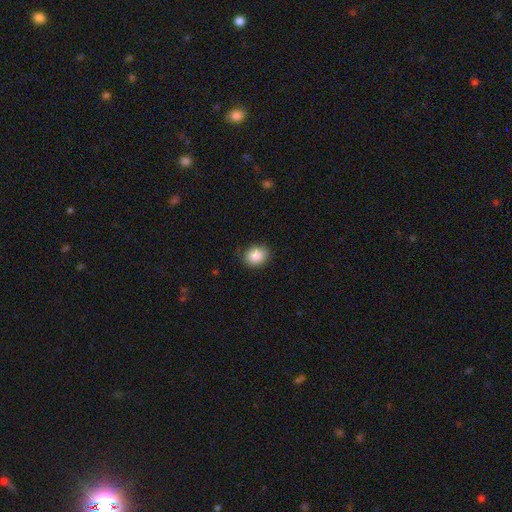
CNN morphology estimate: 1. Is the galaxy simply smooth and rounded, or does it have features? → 87% smooth, 8% star or artifact, 5% featured or disk.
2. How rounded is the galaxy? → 61% round, 38% in between, 1% cigar-shaped.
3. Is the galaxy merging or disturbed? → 85% none, 12% minor disturbance, 3% major disturbance, 1% merger.